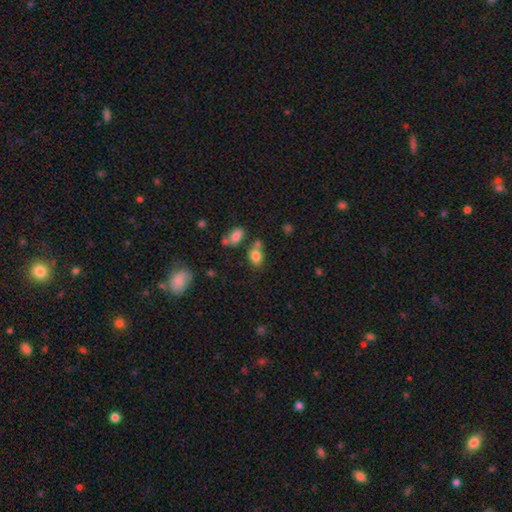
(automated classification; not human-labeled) This is clearly a smooth galaxy (81%). How rounded: likely in between (72%). Merging: possibly none (53%).